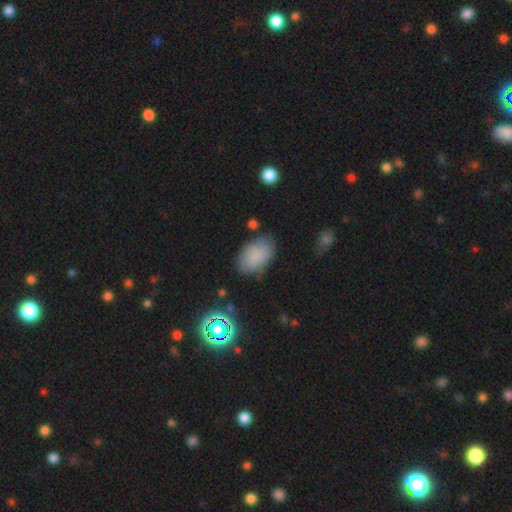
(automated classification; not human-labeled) Smooth or featured? Predicted: smooth (p=0.81). How rounded? Predicted: in between (p=0.92). Merging? Predicted: none (p=0.74).